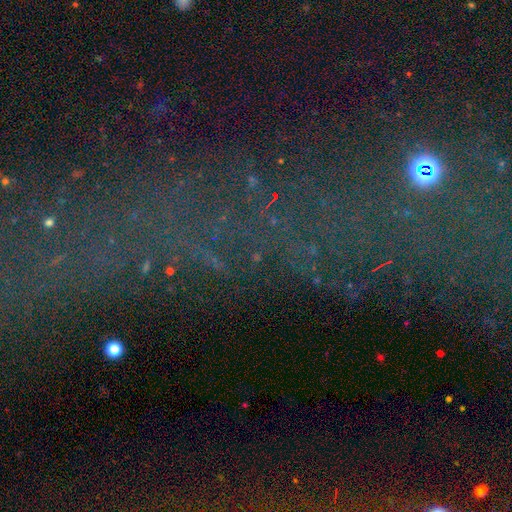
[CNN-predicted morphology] smooth_or_featured: star or artifact (p=0.70) [alt: featured or disk p=0.15]